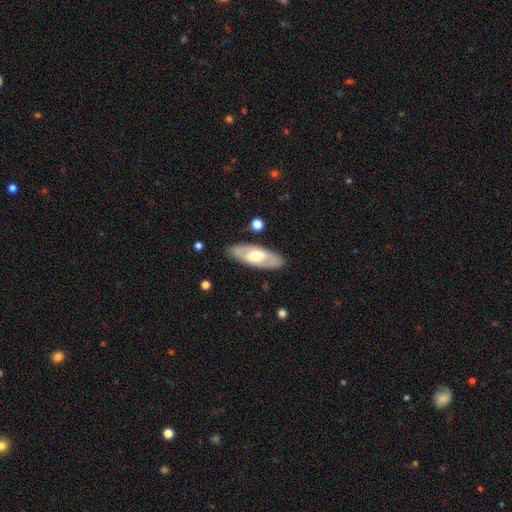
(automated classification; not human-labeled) Overall: featured or disk (48%; smooth 47%). Merging: none (86%).